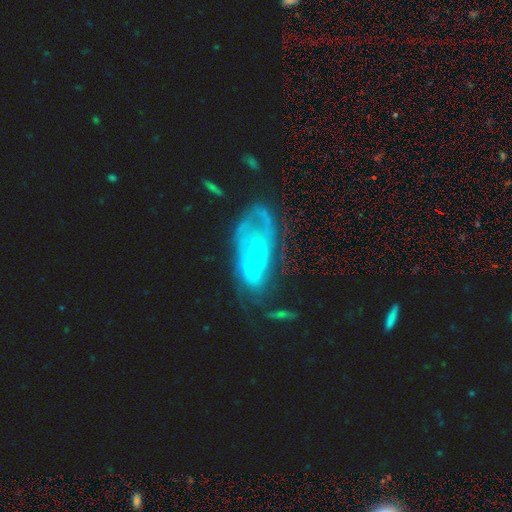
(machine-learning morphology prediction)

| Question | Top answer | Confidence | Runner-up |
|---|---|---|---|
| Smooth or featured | featured or disk | 70% | smooth (20%) |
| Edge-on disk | no | 93% | yes (7%) |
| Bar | no | 78% | weak (18%) |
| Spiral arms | yes | 67% | no (33%) |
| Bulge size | small | 63% | none (25%) |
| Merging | none | 45% | minor disturbance (25%) |